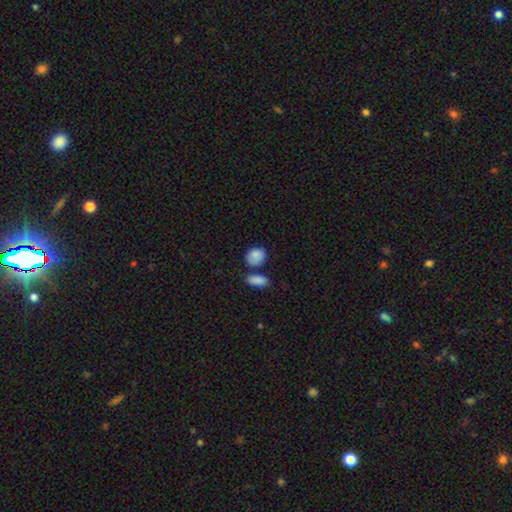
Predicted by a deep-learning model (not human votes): Smooth or featured? Predicted: smooth (p=0.86). How rounded? Predicted: in between (p=0.55). Merging? Predicted: none (p=0.63).